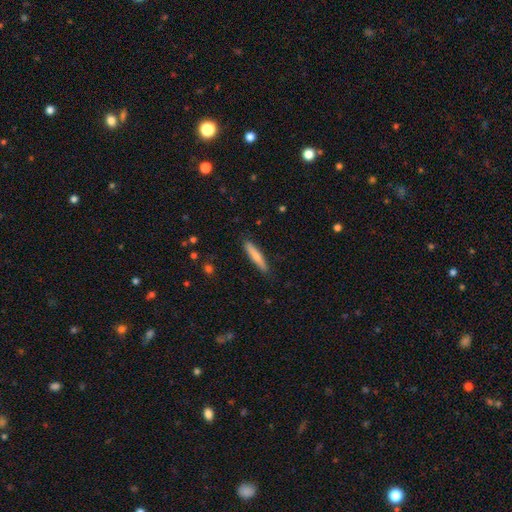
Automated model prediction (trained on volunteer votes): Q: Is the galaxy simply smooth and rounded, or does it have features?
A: smooth — 71%.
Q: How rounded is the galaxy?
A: cigar-shaped — 90%.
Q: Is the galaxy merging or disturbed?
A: none — 89%.